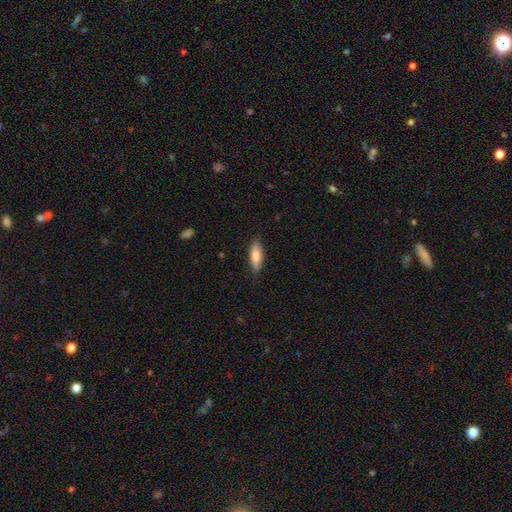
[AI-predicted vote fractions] A smooth galaxy with no disk features (77%) that is in between round and cigar-shaped (51%).

Vote fractions:
- Smooth or featured? smooth: 77% / featured or disk: 17% / star or artifact: 6%
- How rounded? in between: 51% / cigar-shaped: 47% / round: 2%
- Merging? none: 86% / minor disturbance: 11% / major disturbance: 2% / merger: 1%